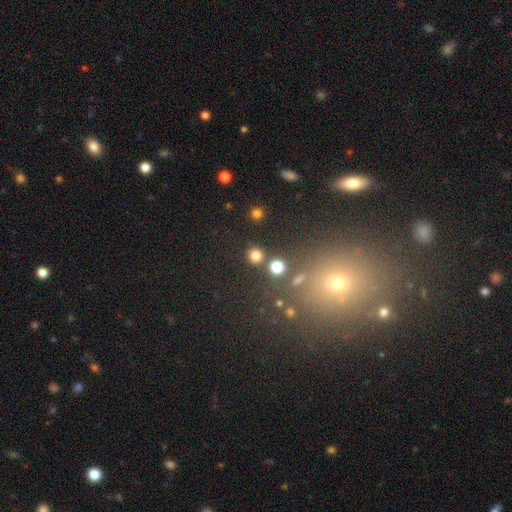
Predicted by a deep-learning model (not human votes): This appears to be a smooth galaxy with no disk features (79%) that is round (92%). Merging: none (84%).